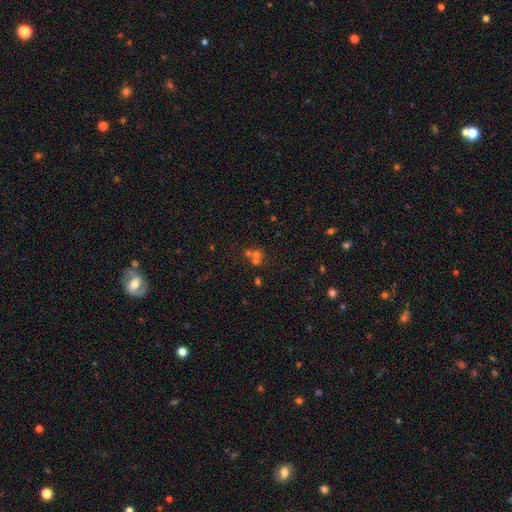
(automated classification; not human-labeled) Smooth or featured? smooth (47%)
Merging? merger (46%)